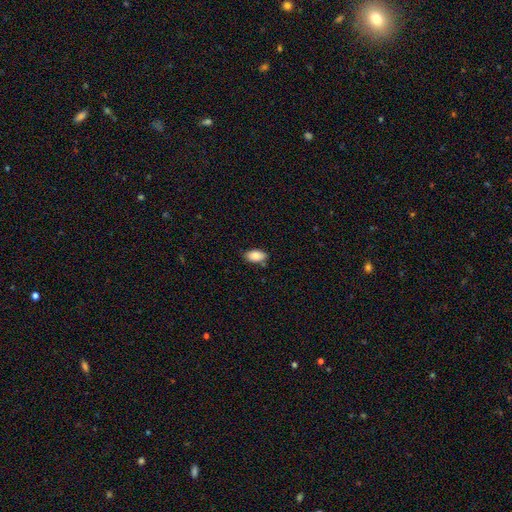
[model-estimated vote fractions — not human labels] smooth-or-featured: smooth: 87% | star or artifact: 7% | featured or disk: 6%
  how-rounded: in between: 93% | round: 4% | cigar-shaped: 3%
  merging: none: 79% | minor disturbance: 15% | merger: 3% | major disturbance: 3%